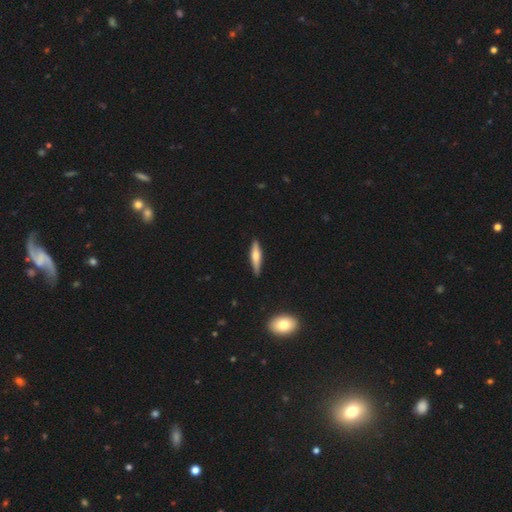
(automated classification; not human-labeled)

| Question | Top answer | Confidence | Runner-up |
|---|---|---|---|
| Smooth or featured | smooth | 53% | featured or disk (41%) |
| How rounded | cigar-shaped | 81% | in between (17%) |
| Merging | none | 87% | minor disturbance (10%) |